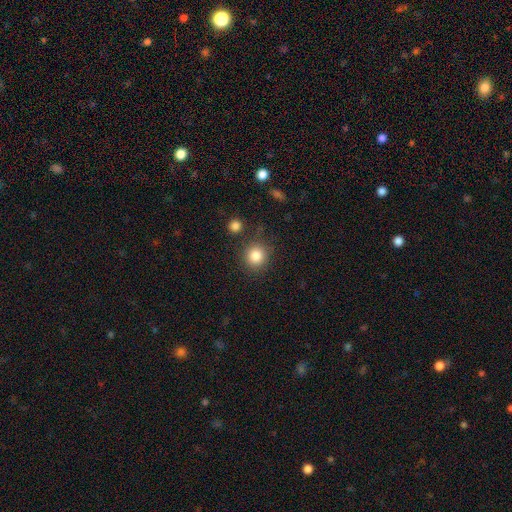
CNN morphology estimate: Overall: smooth (85%). How rounded: round (90%). Merging: none (82%).